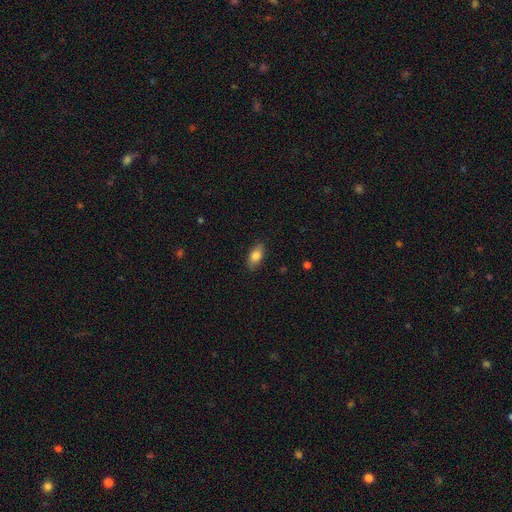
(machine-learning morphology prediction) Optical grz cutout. It shows a smooth galaxy with no disk features (82%) that is in between round and cigar-shaped (89%). Merging: none (85%).